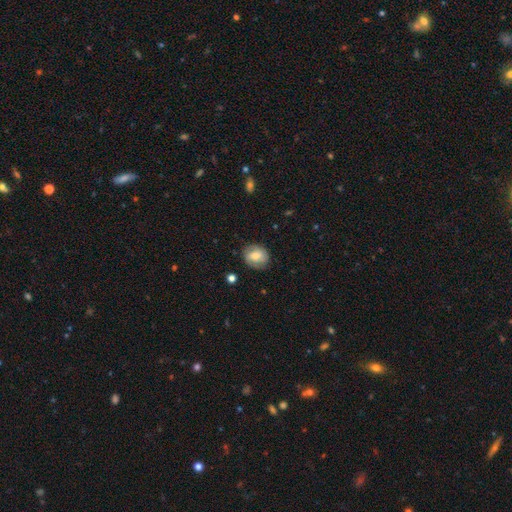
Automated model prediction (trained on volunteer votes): A smooth galaxy with no disk features (58%) that is round (64%). Merging: none (80%).